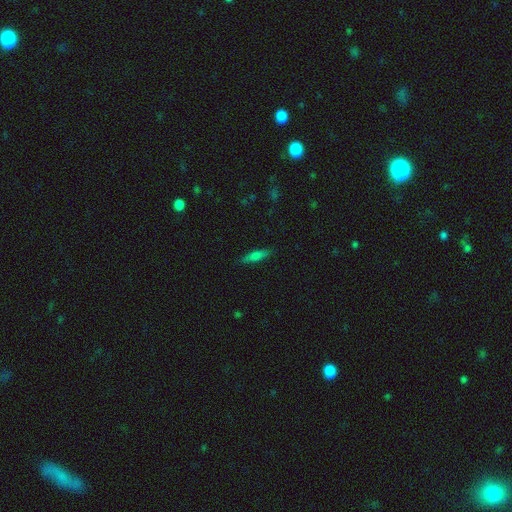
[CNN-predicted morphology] This appears to be a smooth galaxy with no disk features (62%) that is cigar-shaped (75%). Merging: none (87%).